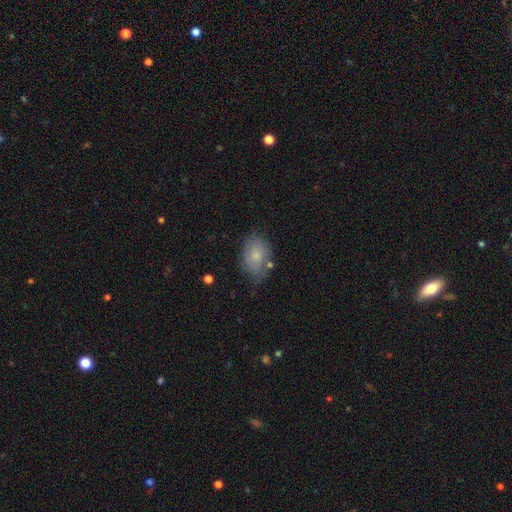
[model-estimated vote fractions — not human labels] Smooth or featured: smooth — 73% (featured or disk — 19%)
How rounded: in between — 84% (round — 15%)
Merging: none — 59% (minor disturbance — 29%)